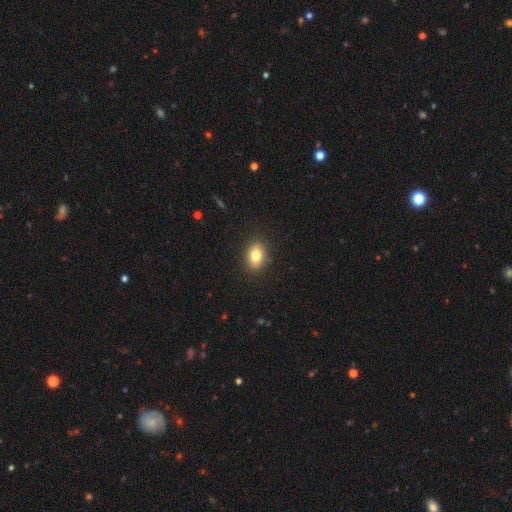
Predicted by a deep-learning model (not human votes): Q: Smooth or featured?
A: smooth (79%); runner-up: featured or disk (12%)
Q: How rounded?
A: in between (75%); runner-up: round (23%)
Q: Merging?
A: none (89%); runner-up: minor disturbance (8%)